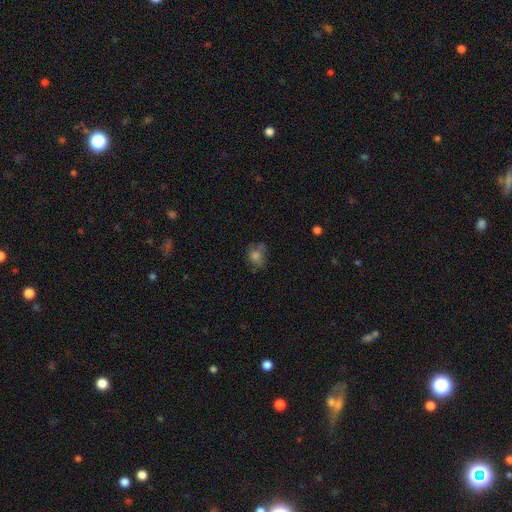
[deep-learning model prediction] The model was most divided on "how rounded": round: 53%, in between: 45%, cigar-shaped: 1%. Remaining: smooth or featured — smooth (68%); merging — none (48%).